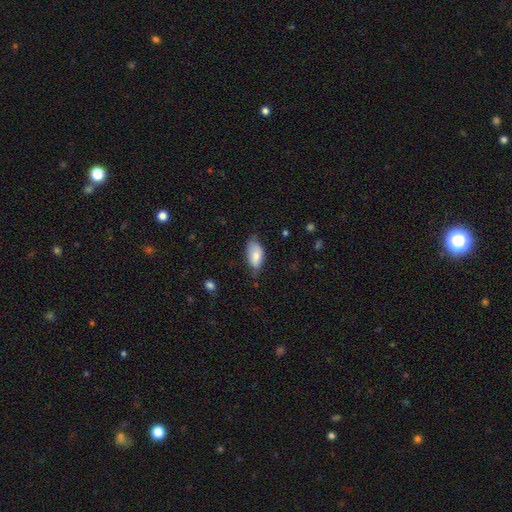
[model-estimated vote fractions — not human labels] smooth 76%, featured or disk 18%, star or artifact 6%. Down the decision tree: how rounded — in between (92%); merging — none (54%).